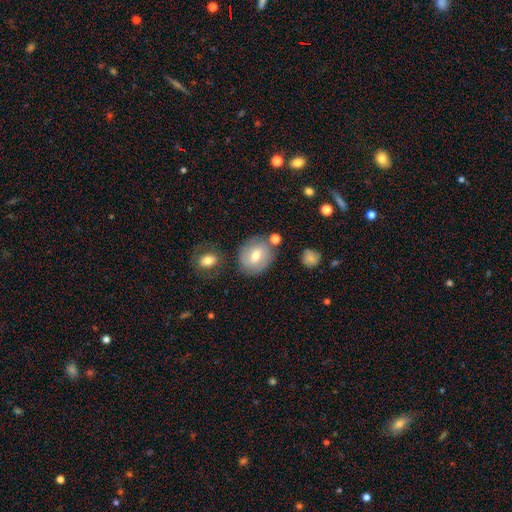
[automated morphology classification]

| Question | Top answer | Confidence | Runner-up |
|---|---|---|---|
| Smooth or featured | smooth | 64% | featured or disk (28%) |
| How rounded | round | 63% | in between (36%) |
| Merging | none | 71% | minor disturbance (16%) |